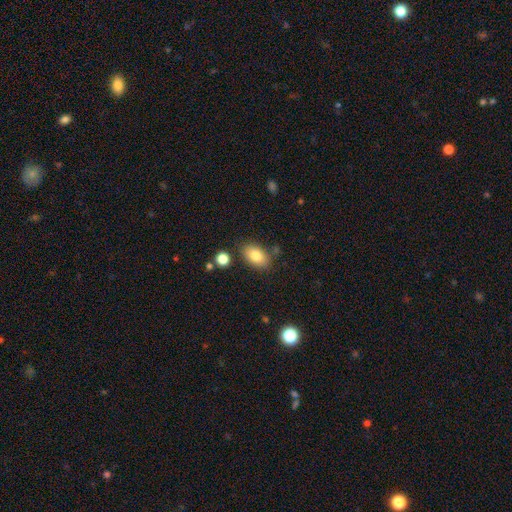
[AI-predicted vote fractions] Q: Smooth or featured?
A: smooth (82%); runner-up: featured or disk (10%)
Q: How rounded?
A: in between (89%); runner-up: round (10%)
Q: Merging?
A: none (80%); runner-up: minor disturbance (13%)